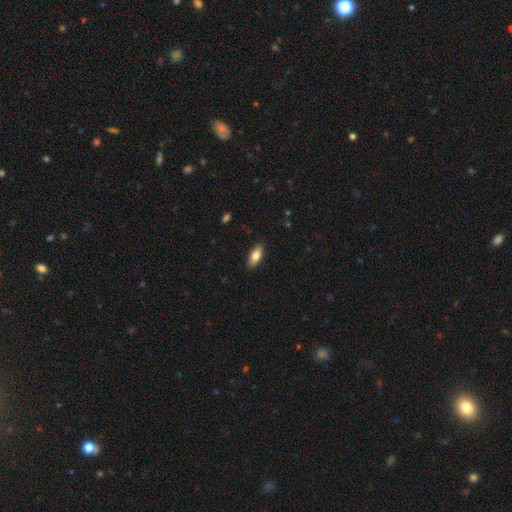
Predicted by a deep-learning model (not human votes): smooth-or-featured: smooth: 78% | featured or disk: 16% | star or artifact: 6%
  how-rounded: in between: 77% | cigar-shaped: 20% | round: 2%
  merging: none: 88% | minor disturbance: 9% | major disturbance: 2% | merger: 1%